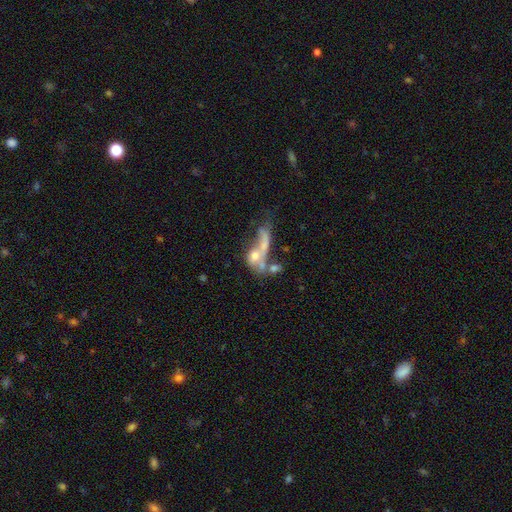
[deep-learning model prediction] Q: Smooth or featured?
A: featured or disk (46%); runner-up: smooth (42%)
Q: Merging?
A: merger (54%); runner-up: major disturbance (26%)